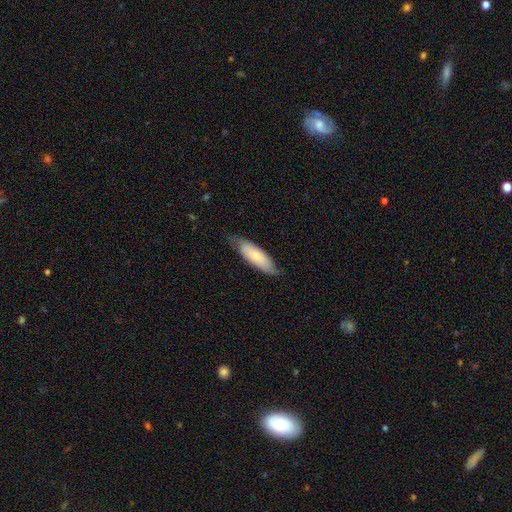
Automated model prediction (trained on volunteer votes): smooth_or_featured: smooth (p=0.66) [alt: featured or disk p=0.29]
how_rounded: in between (p=0.56) [alt: cigar-shaped p=0.42]
merging: none (p=0.69) [alt: minor disturbance p=0.25]